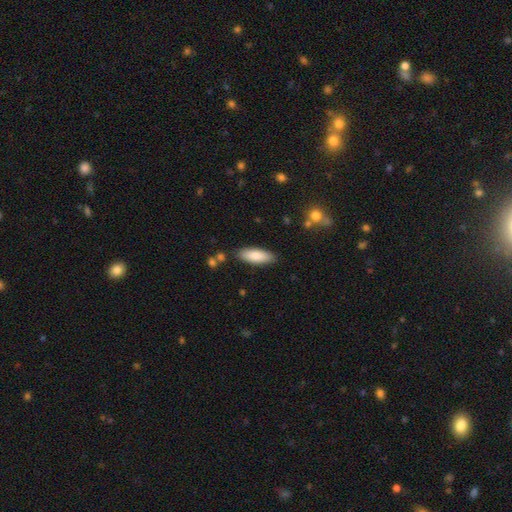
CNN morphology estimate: Smooth or featured: smooth — 82% (featured or disk — 12%)
How rounded: in between — 64% (cigar-shaped — 34%)
Merging: none — 85% (minor disturbance — 10%)